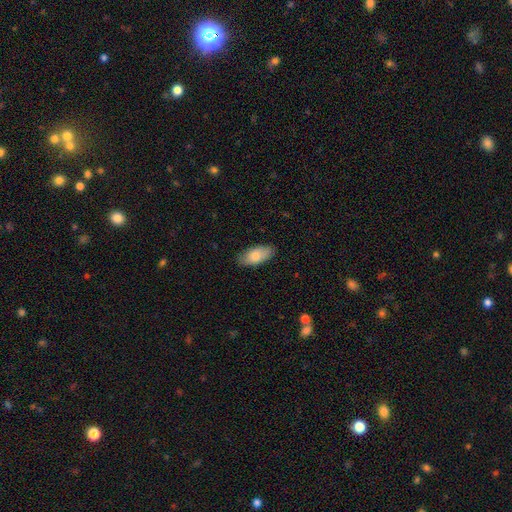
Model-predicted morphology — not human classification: A smooth galaxy with no disk features (82%) that is in between round and cigar-shaped (90%).

Vote fractions:
- Smooth or featured? smooth: 82% / featured or disk: 12% / star or artifact: 6%
- How rounded? in between: 90% / cigar-shaped: 8% / round: 2%
- Merging? none: 83% / minor disturbance: 14% / major disturbance: 2% / merger: 1%